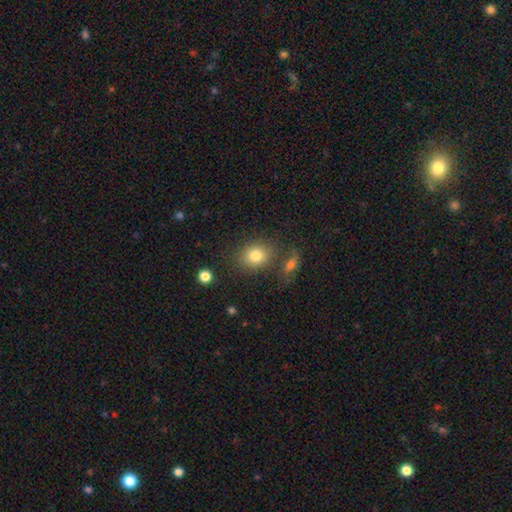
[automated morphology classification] This appears to be a smooth galaxy with no disk features (81%) that is round (57%). Merging: none (71%).